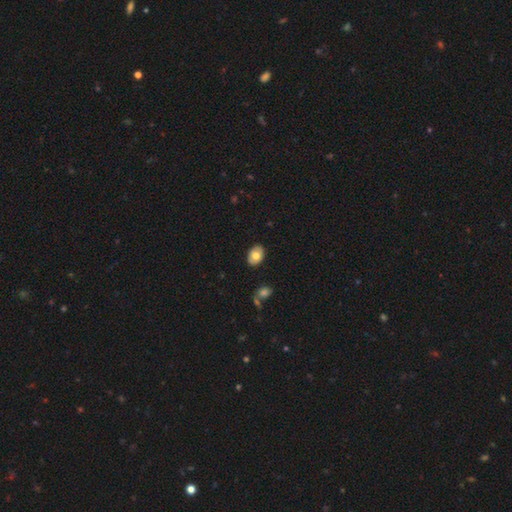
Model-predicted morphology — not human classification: This appears to be a smooth galaxy with no disk features (71%) that is in between round and cigar-shaped (84%). Merging: none (86%).